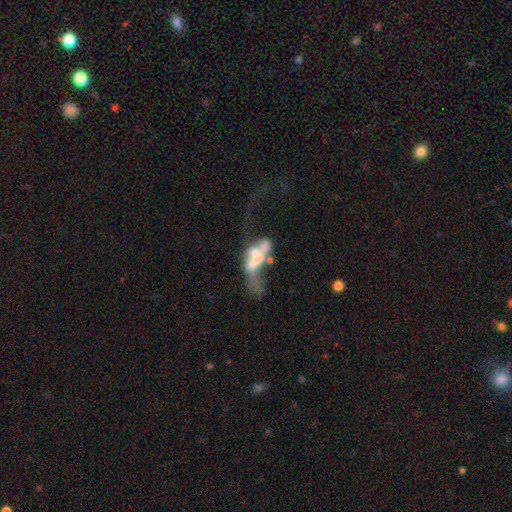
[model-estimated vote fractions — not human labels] Smooth or featured? featured or disk (60%)
Edge-on disk? no (91%)
Bar? no (80%)
Spiral arms? no (83%)
Bulge size? none (38%)
Merging? merger (51%)